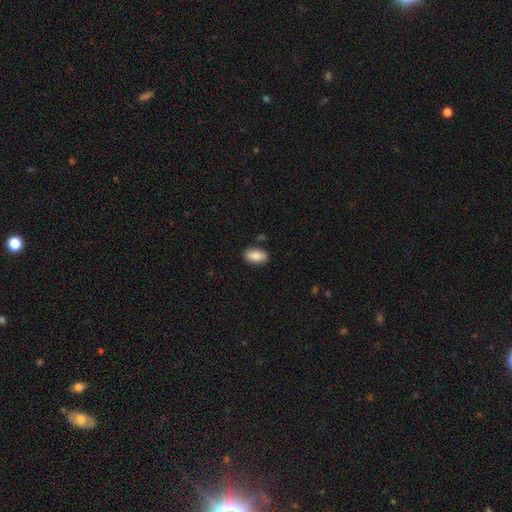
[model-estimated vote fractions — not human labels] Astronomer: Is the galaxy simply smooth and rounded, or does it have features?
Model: smooth — 87%.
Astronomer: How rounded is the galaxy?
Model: in between — 93%.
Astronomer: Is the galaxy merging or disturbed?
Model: none — 87%.